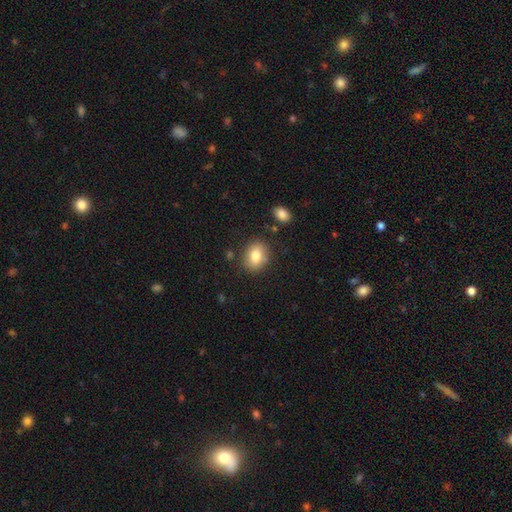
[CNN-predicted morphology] This is clearly a smooth galaxy (81%). How rounded: possibly in between (56%). Merging: clearly none (82%).